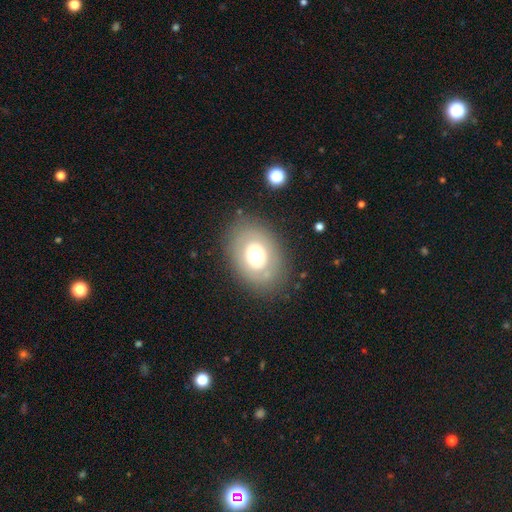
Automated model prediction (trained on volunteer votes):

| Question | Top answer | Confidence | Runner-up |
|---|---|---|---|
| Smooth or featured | smooth | 57% | featured or disk (34%) |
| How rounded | in between | 67% | round (32%) |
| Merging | none | 82% | minor disturbance (11%) |